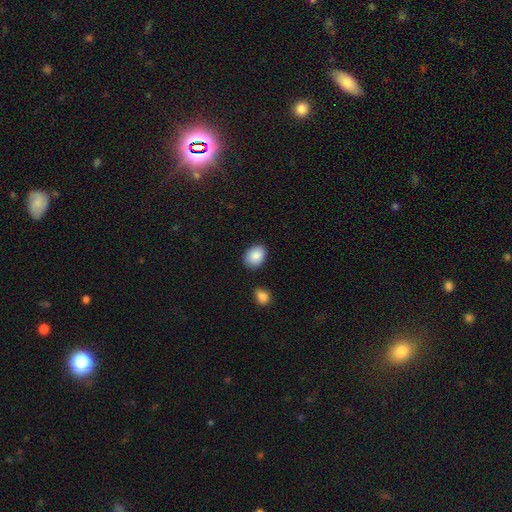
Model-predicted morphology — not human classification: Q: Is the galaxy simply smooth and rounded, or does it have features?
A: smooth — 88%.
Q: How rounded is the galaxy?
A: in between — 69%.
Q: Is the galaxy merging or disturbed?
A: none — 82%.